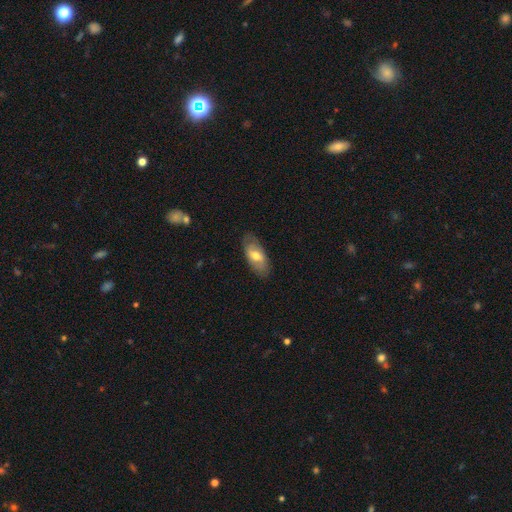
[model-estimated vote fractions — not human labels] Overall: smooth (55%; featured or disk 39%). How rounded: in between (89%). Merging: none (82%).